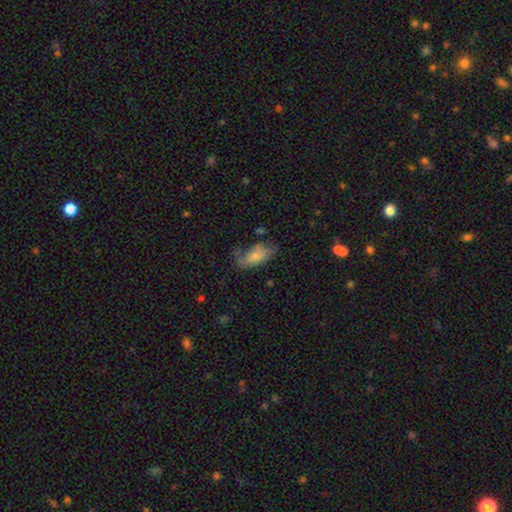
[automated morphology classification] This appears to be a smooth galaxy with no disk features (67%) that is in between round and cigar-shaped (90%). Merging: none (41%).